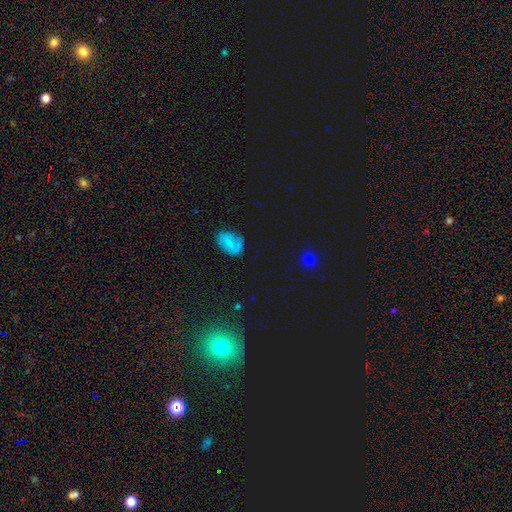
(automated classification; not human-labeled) Smooth or featured? smooth (51%)
How rounded? in between (49%)
Merging? none (69%)